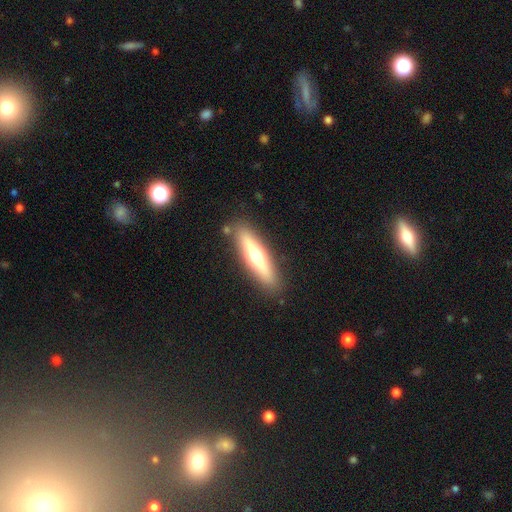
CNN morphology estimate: Smooth or featured? Predicted: featured or disk (p=0.50). Edge-on disk? Predicted: yes (p=0.89). Merging? Predicted: none (p=0.87).